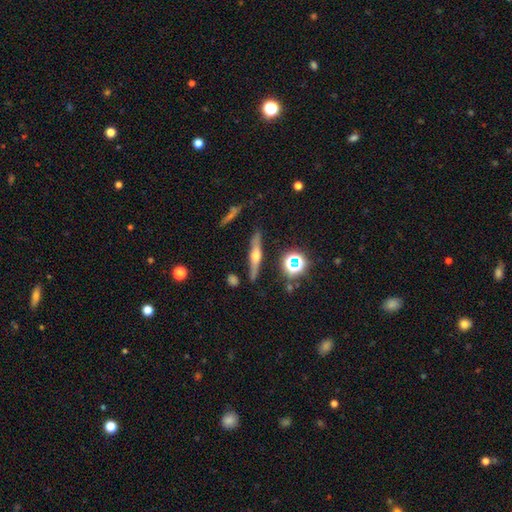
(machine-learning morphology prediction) This appears to be a featured or disk galaxy (61%) viewed edge-on (95%) with a rounded central bulge (91%). Merging: none (86%).